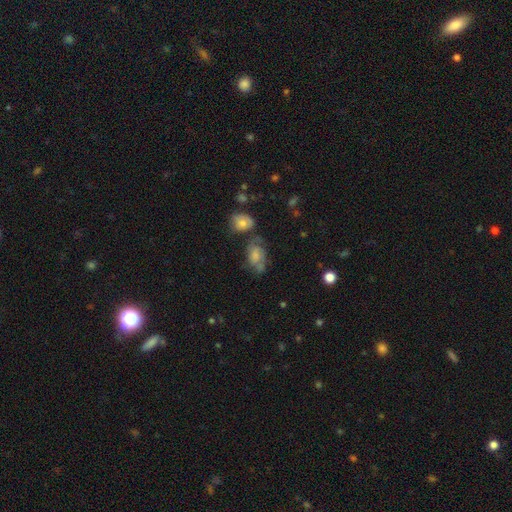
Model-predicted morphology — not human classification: This appears to be a smooth galaxy with no disk features (55%) that is in between round and cigar-shaped (85%). Merging: none (41%).